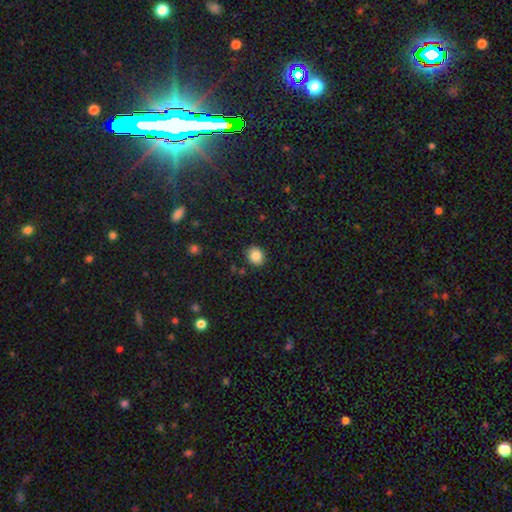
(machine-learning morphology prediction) Q: Smooth or featured?
A: smooth (86%); runner-up: star or artifact (10%)
Q: How rounded?
A: round (69%); runner-up: in between (30%)
Q: Merging?
A: none (87%); runner-up: minor disturbance (9%)